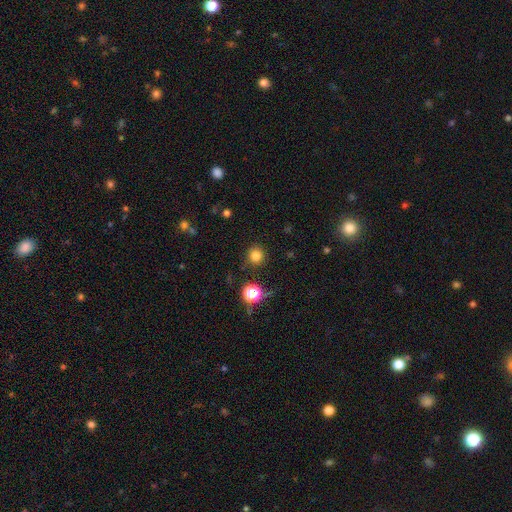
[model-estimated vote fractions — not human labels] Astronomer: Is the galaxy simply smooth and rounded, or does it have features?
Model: smooth — 80%.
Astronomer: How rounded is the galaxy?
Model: round — 94%.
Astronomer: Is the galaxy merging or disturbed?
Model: none — 88%.